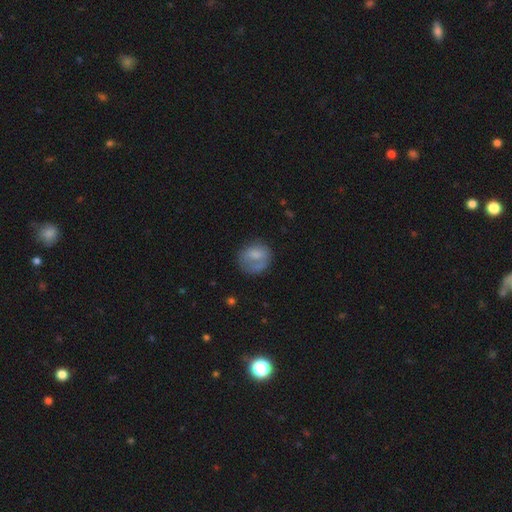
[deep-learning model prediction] This appears to be a smooth galaxy with no disk features (68%) that is round (70%). Merging: none (51%).